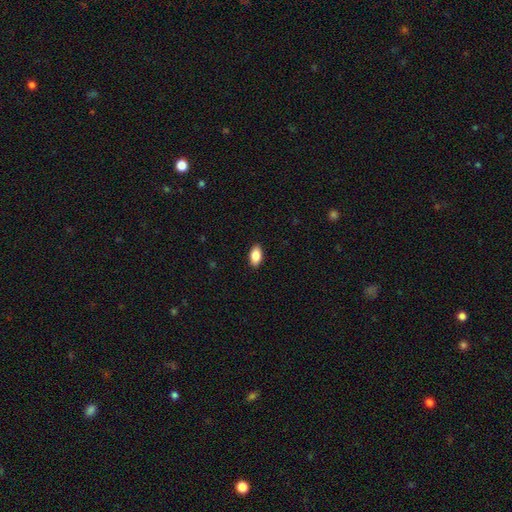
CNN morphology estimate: The model was most divided on "smooth or featured": smooth: 88%, star or artifact: 7%, featured or disk: 6%. More confident: how rounded — in between (93%); merging — none (90%).